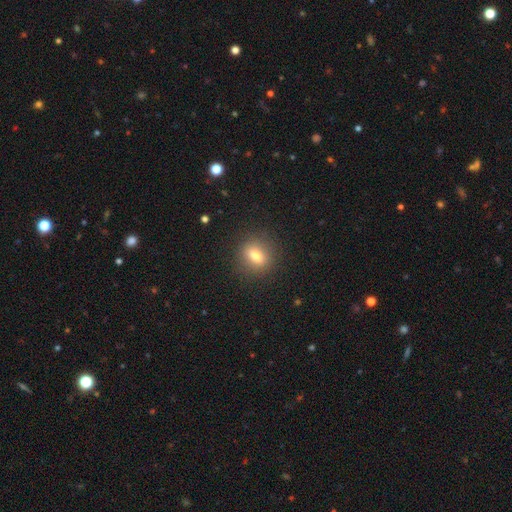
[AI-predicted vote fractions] Q: Smooth or featured?
A: smooth (74%); runner-up: featured or disk (15%)
Q: How rounded?
A: round (62%); runner-up: in between (35%)
Q: Merging?
A: none (88%); runner-up: minor disturbance (8%)